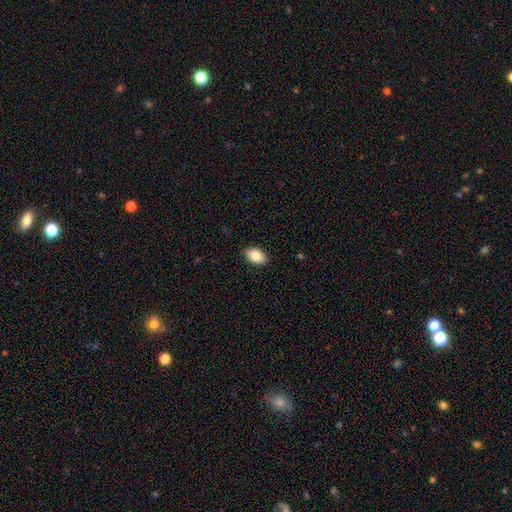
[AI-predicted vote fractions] Smooth or featured: smooth — 85% (featured or disk — 7%)
How rounded: in between — 91% (round — 7%)
Merging: none — 89% (minor disturbance — 8%)